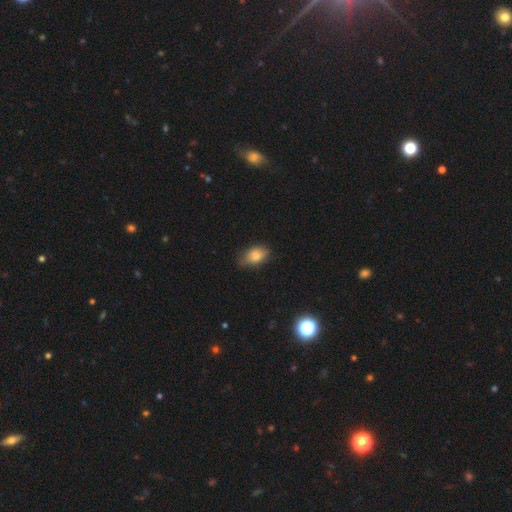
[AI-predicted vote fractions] A smooth galaxy with no disk features (79%) that is in between round and cigar-shaped (86%).

Vote fractions:
- Smooth or featured? smooth: 79% / featured or disk: 13% / star or artifact: 9%
- How rounded? in between: 86% / round: 11% / cigar-shaped: 3%
- Merging? none: 70% / minor disturbance: 24% / major disturbance: 4% / merger: 1%